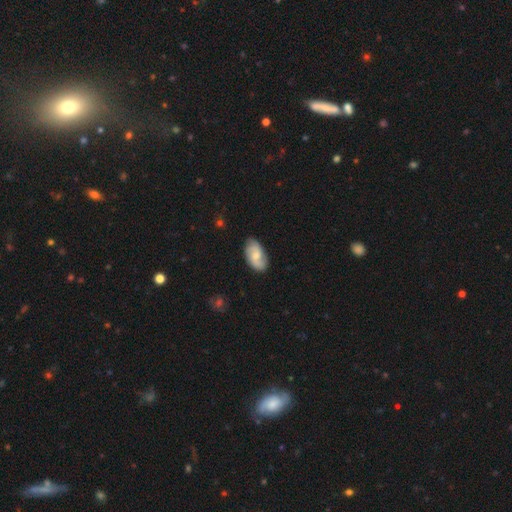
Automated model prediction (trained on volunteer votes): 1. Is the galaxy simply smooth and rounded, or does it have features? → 55% featured or disk, 39% smooth, 6% star or artifact.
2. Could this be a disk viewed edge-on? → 96% no, 4% yes.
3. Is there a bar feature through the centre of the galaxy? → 58% no, 37% weak, 5% strong.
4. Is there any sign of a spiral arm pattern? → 90% yes, 10% no.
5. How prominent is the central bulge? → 47% moderate, 43% small, 6% none, 3% large, 1% dominant.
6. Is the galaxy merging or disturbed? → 77% none, 18% minor disturbance, 4% major disturbance, 1% merger.